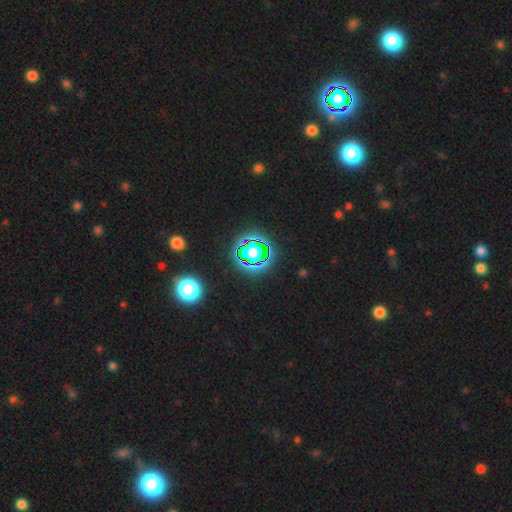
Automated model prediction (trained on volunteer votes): A star or artifact, not a galaxy (78%).